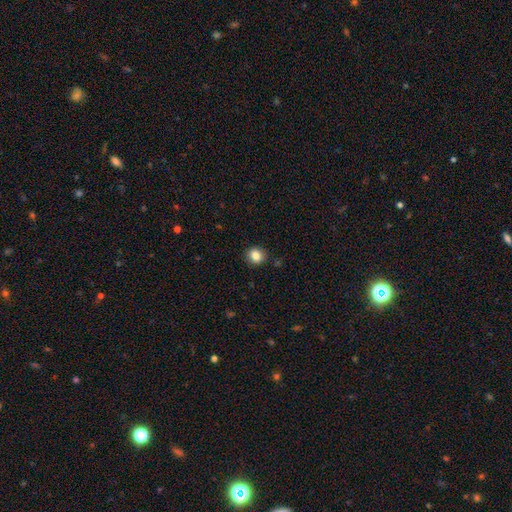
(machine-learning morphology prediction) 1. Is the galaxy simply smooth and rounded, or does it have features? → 84% smooth, 10% star or artifact, 6% featured or disk.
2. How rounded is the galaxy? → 70% round, 29% in between, 1% cigar-shaped.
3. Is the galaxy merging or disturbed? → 87% none, 9% minor disturbance, 2% major disturbance, 1% merger.